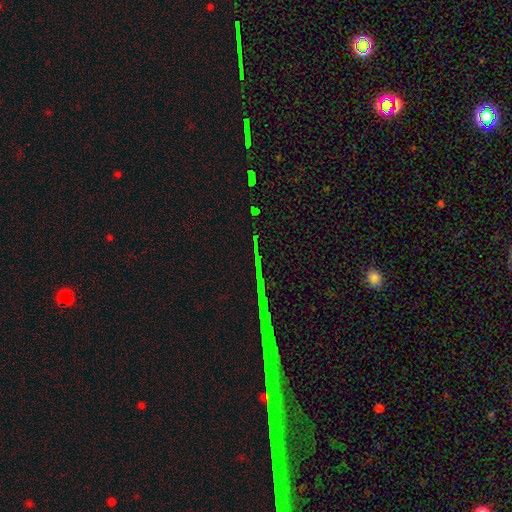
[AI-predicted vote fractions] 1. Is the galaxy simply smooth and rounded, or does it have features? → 82% star or artifact, 10% featured or disk, 8% smooth.